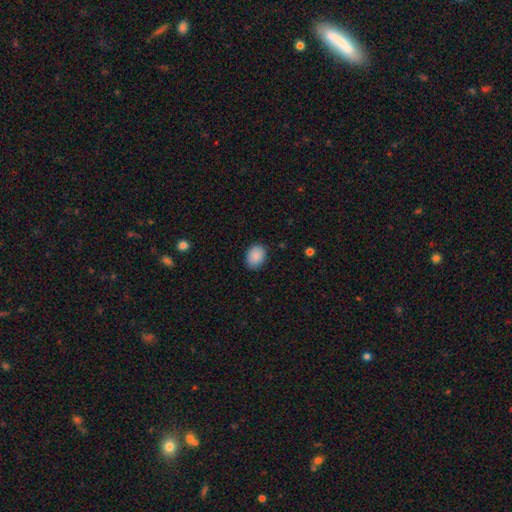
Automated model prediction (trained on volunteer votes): Q: Smooth or featured?
A: smooth (89%); runner-up: star or artifact (7%)
Q: How rounded?
A: in between (66%); runner-up: round (33%)
Q: Merging?
A: none (86%); runner-up: minor disturbance (11%)